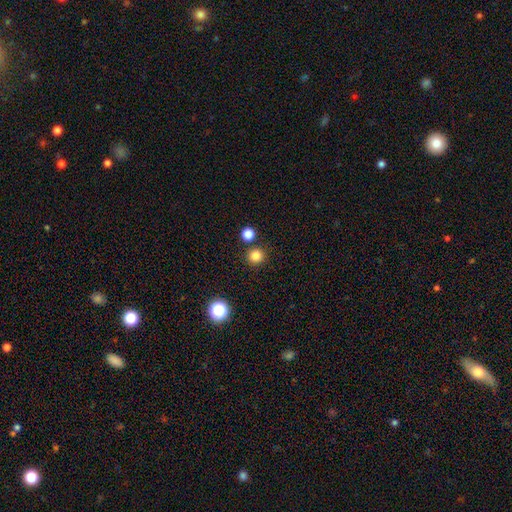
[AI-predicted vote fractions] smooth 82%, star or artifact 14%, featured or disk 4%. Down the decision tree: how rounded — round (94%); merging — none (86%).